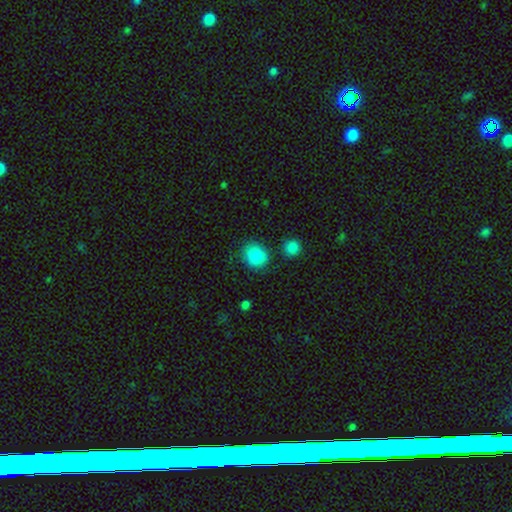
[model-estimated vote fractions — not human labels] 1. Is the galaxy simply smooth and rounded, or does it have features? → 87% smooth, 8% star or artifact, 5% featured or disk.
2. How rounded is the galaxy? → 67% round, 32% in between, 1% cigar-shaped.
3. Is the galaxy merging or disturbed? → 75% none, 15% minor disturbance, 5% major disturbance, 5% merger.